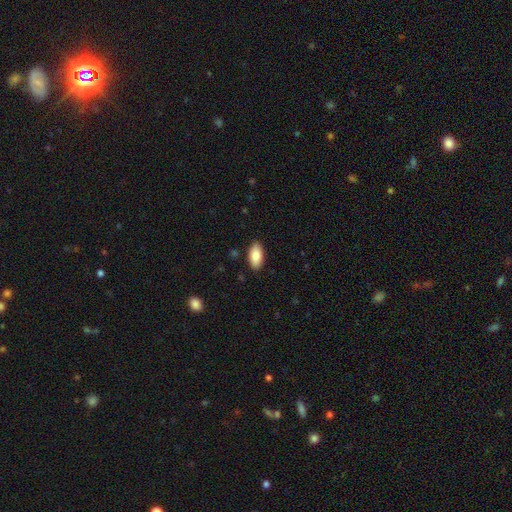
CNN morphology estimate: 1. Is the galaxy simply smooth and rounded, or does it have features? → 86% smooth, 8% featured or disk, 6% star or artifact.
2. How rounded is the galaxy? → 93% in between, 4% cigar-shaped, 2% round.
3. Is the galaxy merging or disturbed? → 88% none, 9% minor disturbance, 2% major disturbance, 1% merger.